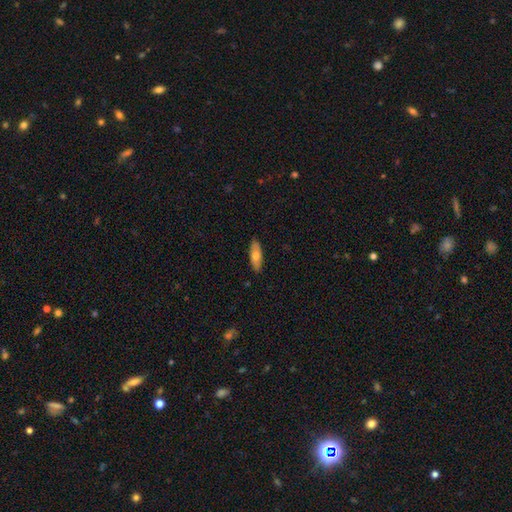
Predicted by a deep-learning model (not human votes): Morphology: type=smooth (66%); roundness=in between (67%); merging=none (88%).